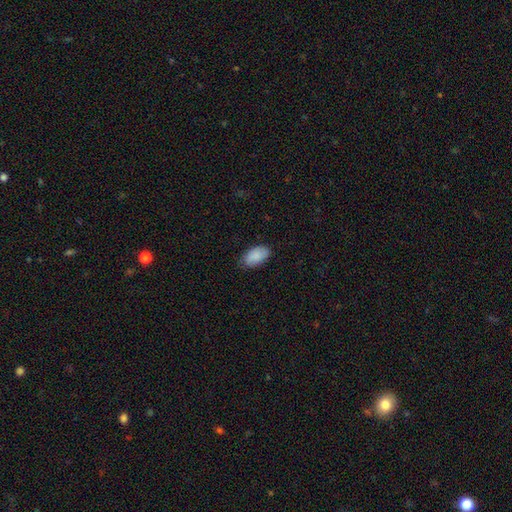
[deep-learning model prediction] smooth_or_featured: smooth (p=0.88) [alt: star or artifact p=0.06]
how_rounded: in between (p=0.95) [alt: round p=0.03]
merging: none (p=0.79) [alt: minor disturbance p=0.17]